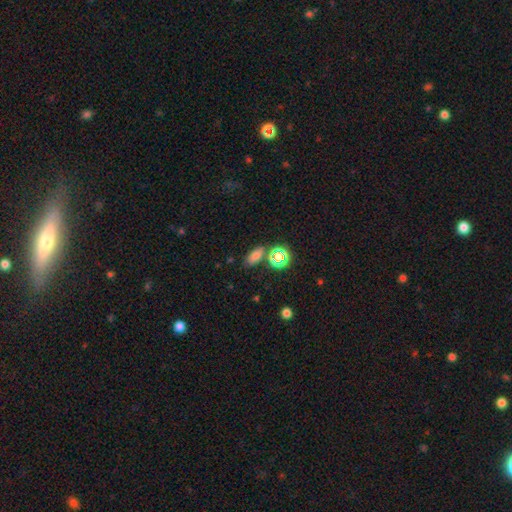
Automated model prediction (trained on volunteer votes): smooth_or_featured: smooth (p=0.68) [alt: star or artifact p=0.24]
how_rounded: in between (p=0.78) [alt: round p=0.12]
merging: none (p=0.75) [alt: minor disturbance p=0.12]